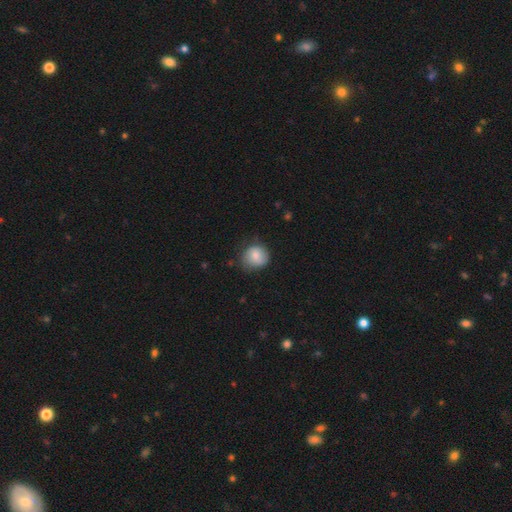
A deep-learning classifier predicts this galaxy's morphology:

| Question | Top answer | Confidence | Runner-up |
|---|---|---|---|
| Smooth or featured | smooth | 79% | featured or disk (14%) |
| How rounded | round | 79% | in between (20%) |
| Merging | none | 64% | minor disturbance (27%) |